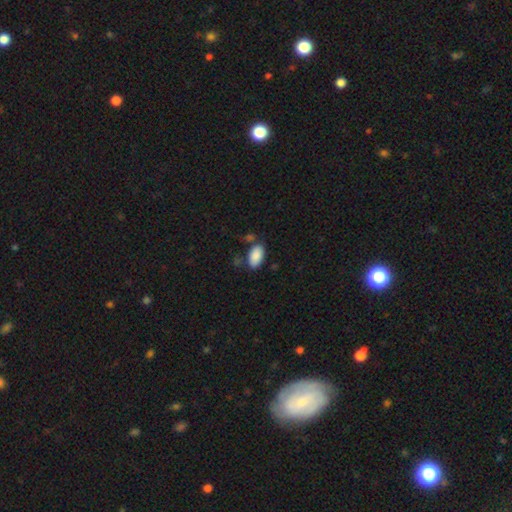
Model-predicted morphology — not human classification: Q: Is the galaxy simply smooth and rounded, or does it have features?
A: smooth — 88%.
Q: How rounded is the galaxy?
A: in between — 95%.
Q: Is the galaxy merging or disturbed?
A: none — 71%.